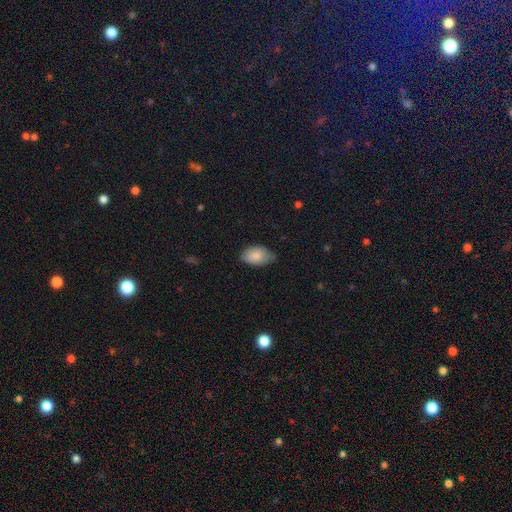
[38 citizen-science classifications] Smooth or featured? 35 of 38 (92%) said smooth. How rounded? 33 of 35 (94%) said in between. Merging? 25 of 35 (71%) said none.